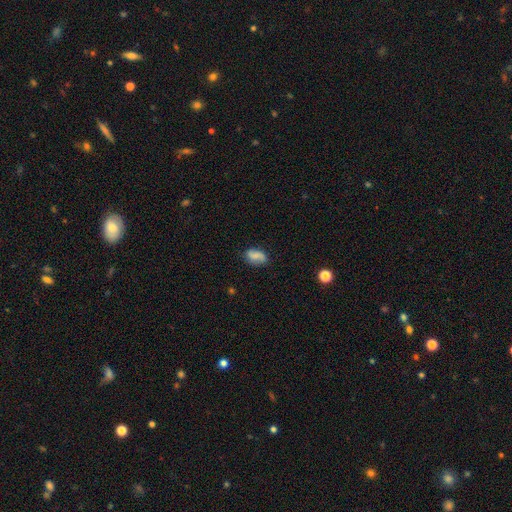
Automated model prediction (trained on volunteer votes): Overall: smooth (68%). How rounded: in between (86%). Merging: none (72%).